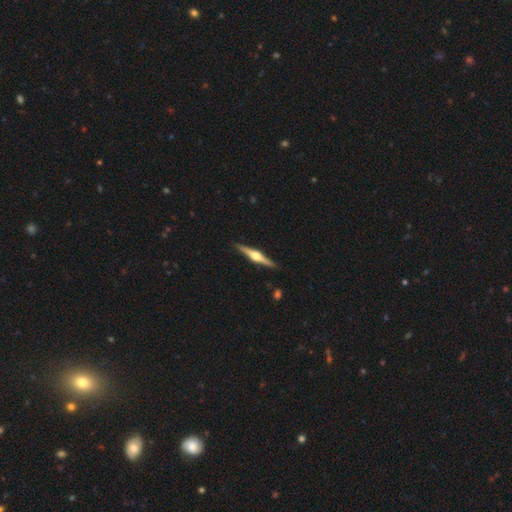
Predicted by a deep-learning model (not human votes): smooth-or-featured: featured or disk: 80% | smooth: 16% | star or artifact: 5%
  disk-edge-on: yes: 98% | no: 2%
    edge-on-bulge: rounded: 95% | boxy: 4% | none: 2%
  merging: none: 91% | minor disturbance: 6% | major disturbance: 1% | merger: 1%